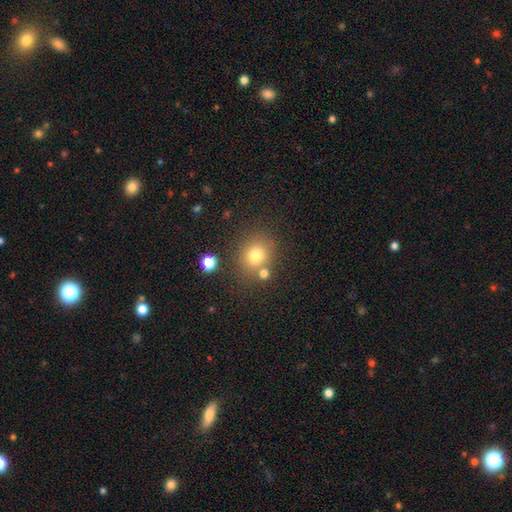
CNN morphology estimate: The model was most divided on "how rounded": round: 78%, in between: 21%, cigar-shaped: 1%. More confident: smooth or featured — smooth (76%); merging — none (74%).